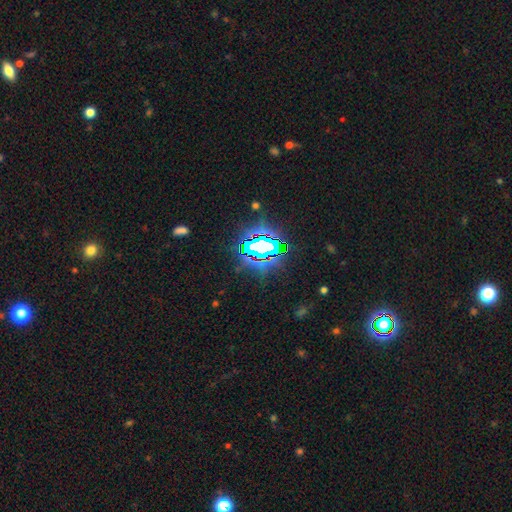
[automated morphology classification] Q: Smooth or featured?
A: star or artifact (81%); runner-up: smooth (11%)